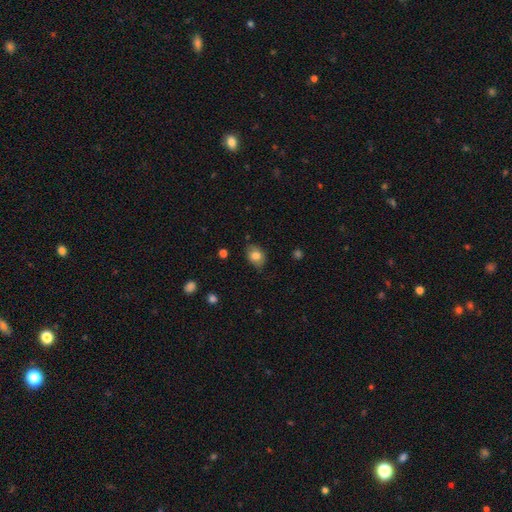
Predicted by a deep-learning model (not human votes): Smooth or featured?
  - smooth: 80% *
  - featured or disk: 11%
  - star or artifact: 8%
How rounded?
  - in between: 66% *
  - round: 33%
  - cigar-shaped: 1%
Merging?
  - none: 77% *
  - minor disturbance: 18%
  - major disturbance: 3%
  - merger: 1%